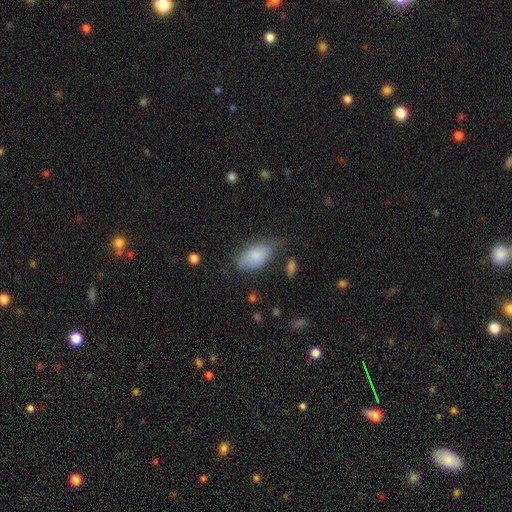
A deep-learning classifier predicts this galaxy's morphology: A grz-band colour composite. It shows a smooth galaxy with no disk features (81%) that is in between round and cigar-shaped (93%). Merging: none (51%).